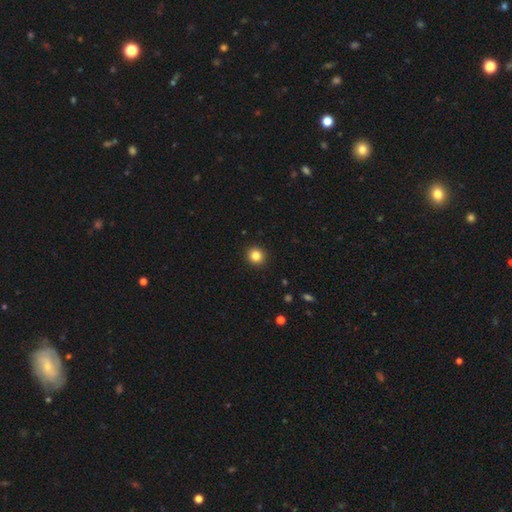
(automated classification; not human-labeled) smooth-or-featured: smooth: 84% | star or artifact: 11% | featured or disk: 5%
  how-rounded: round: 91% | in between: 8% | cigar-shaped: 1%
  merging: none: 93% | minor disturbance: 5% | major disturbance: 2% | merger: 1%